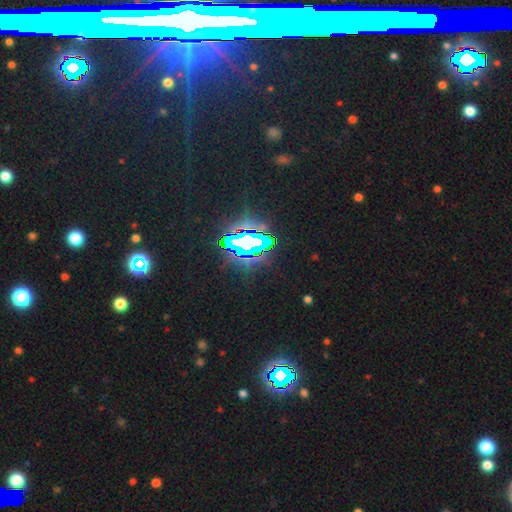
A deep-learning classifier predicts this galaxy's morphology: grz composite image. It shows a star or artifact, not a galaxy (74%).